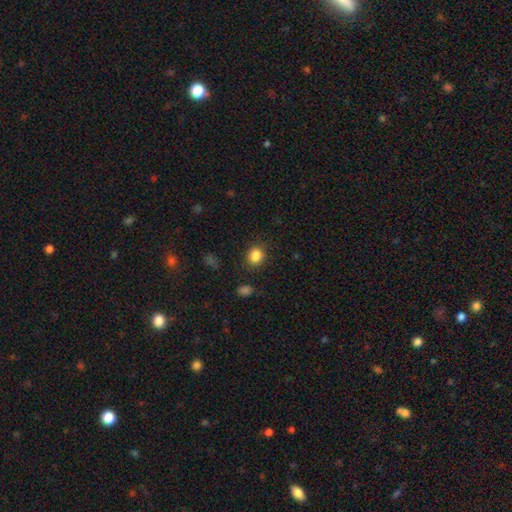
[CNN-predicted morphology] smooth-or-featured: smooth: 85% | star or artifact: 11% | featured or disk: 4%
  how-rounded: round: 70% | in between: 29% | cigar-shaped: 1%
  merging: none: 87% | minor disturbance: 9% | major disturbance: 3% | merger: 1%